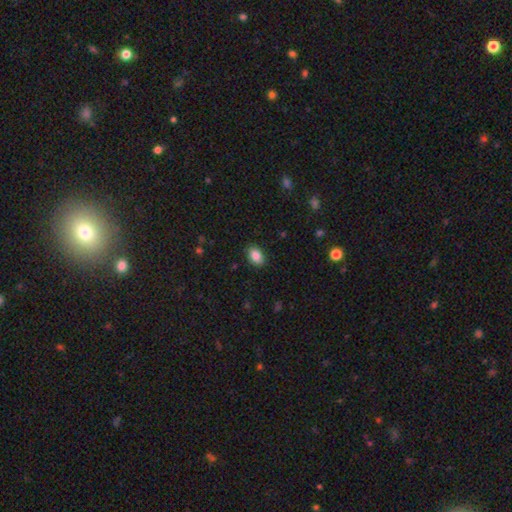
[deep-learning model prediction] Smooth or featured? Predicted: smooth (p=0.87). How rounded? Predicted: in between (p=0.85). Merging? Predicted: none (p=0.89).